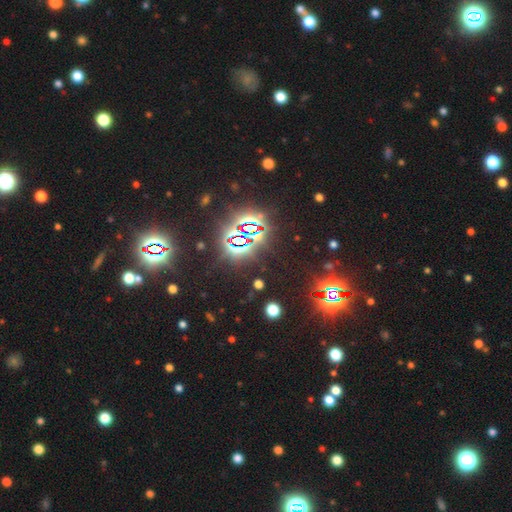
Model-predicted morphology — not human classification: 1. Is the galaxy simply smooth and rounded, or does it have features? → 83% star or artifact, 10% smooth, 6% featured or disk.